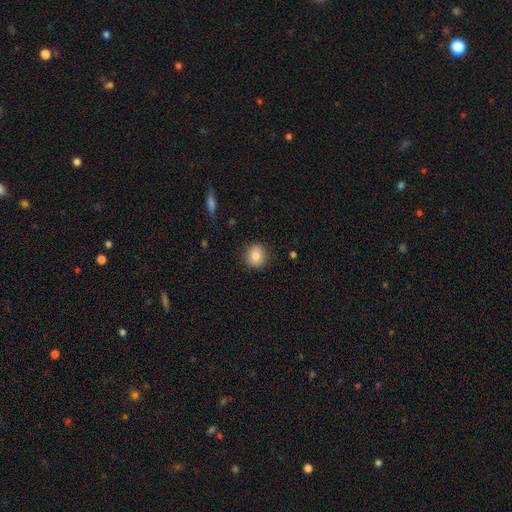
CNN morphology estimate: A smooth galaxy with no disk features (82%) that is round (84%). Merging: none (89%).